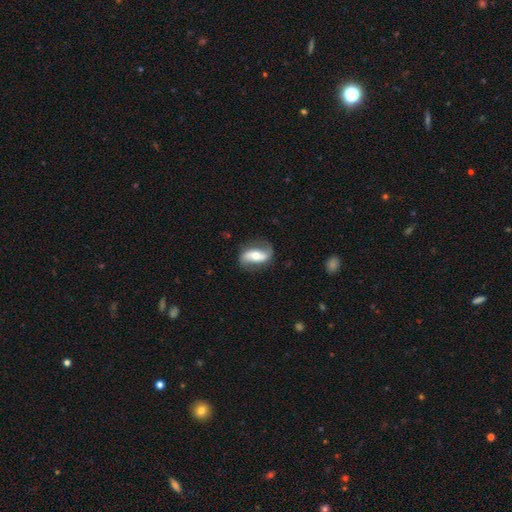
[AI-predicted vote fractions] This appears to be a featured or disk galaxy (73%) with a strong bar (45%), 2 (89%) loose (58%) spiral arms (87%) and a moderate central bulge (64%). Merging: none (75%).